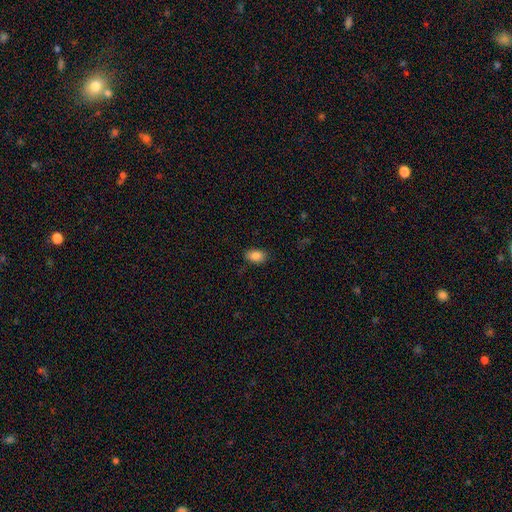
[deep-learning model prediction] This is clearly a smooth galaxy (86%). How rounded: clearly in between (88%). Merging: clearly none (84%).